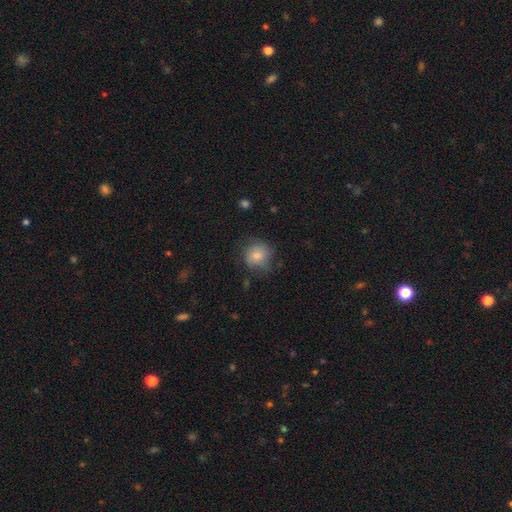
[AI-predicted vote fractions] This is likely a smooth galaxy (68%). How rounded: clearly round (85%). Merging: likely none (72%).